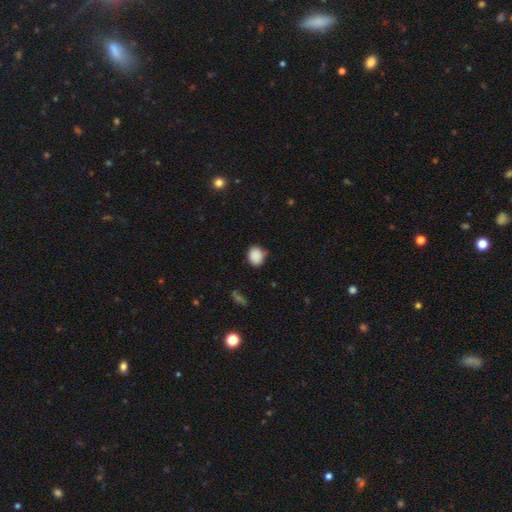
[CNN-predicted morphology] smooth-or-featured: smooth: 88% | star or artifact: 8% | featured or disk: 3%
  how-rounded: round: 62% | in between: 37% | cigar-shaped: 1%
  merging: none: 79% | minor disturbance: 16% | major disturbance: 3% | merger: 2%